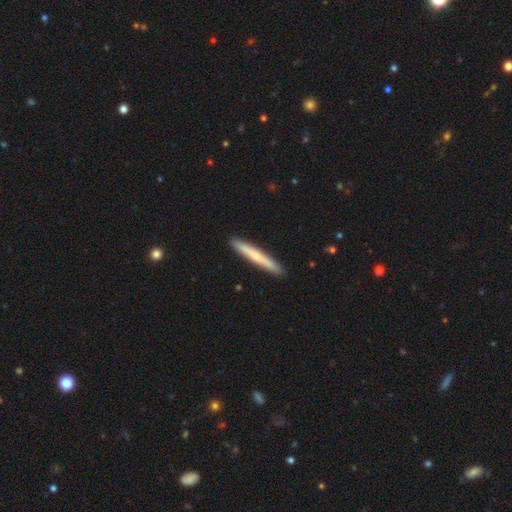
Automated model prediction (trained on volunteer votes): Smooth or featured: smooth — 52% (featured or disk — 43%)
How rounded: cigar-shaped — 96% (in between — 3%)
Merging: none — 92% (minor disturbance — 6%)